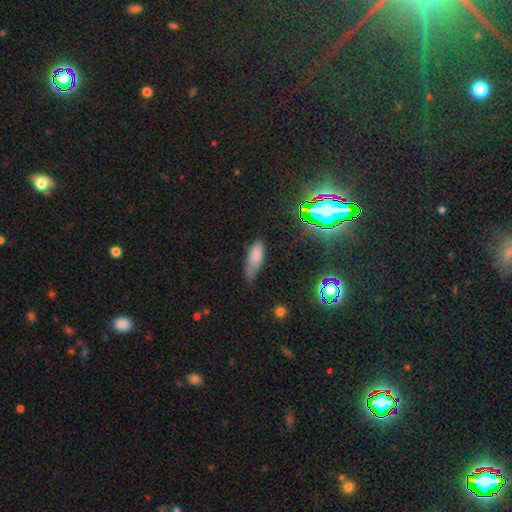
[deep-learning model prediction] smooth_or_featured: smooth (p=0.75) [alt: featured or disk p=0.13]
how_rounded: in between (p=0.68) [alt: cigar-shaped p=0.30]
merging: none (p=0.43) [alt: minor disturbance p=0.40]